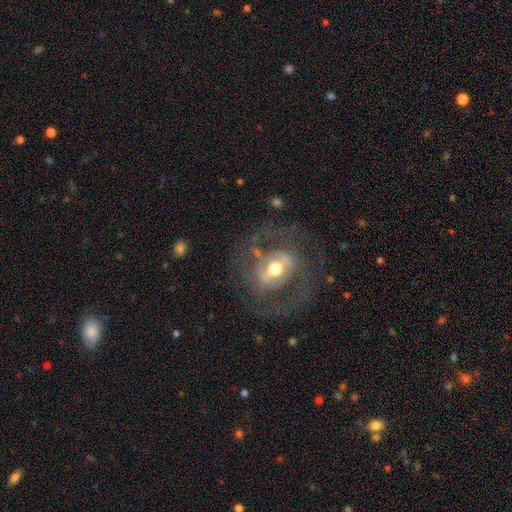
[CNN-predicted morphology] Q: Smooth or featured?
A: featured or disk (75%); runner-up: smooth (14%)
Q: Edge-on disk?
A: no (93%); runner-up: yes (7%)
Q: Bar?
A: strong (39%); runner-up: weak (35%)
Q: Spiral arms?
A: yes (74%); runner-up: no (26%)
Q: Spiral winding?
A: tight (43%); runner-up: medium (41%)
Q: Spiral arm count?
A: 2 (69%); runner-up: can't tell (19%)
Q: Bulge size?
A: moderate (56%); runner-up: small (33%)
Q: Merging?
A: none (76%); runner-up: minor disturbance (12%)